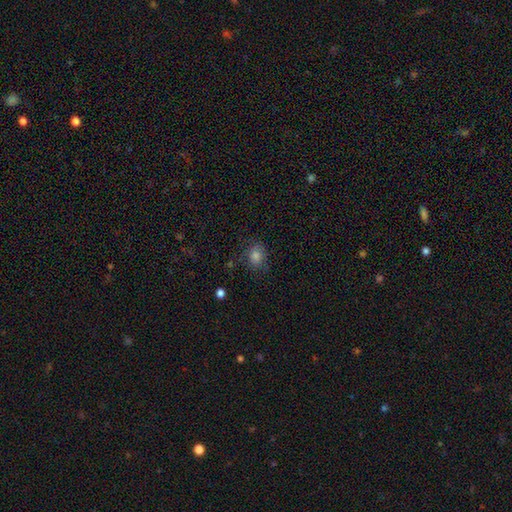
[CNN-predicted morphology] This is likely a smooth galaxy (77%). How rounded: possibly round (56%). Merging: likely none (77%).